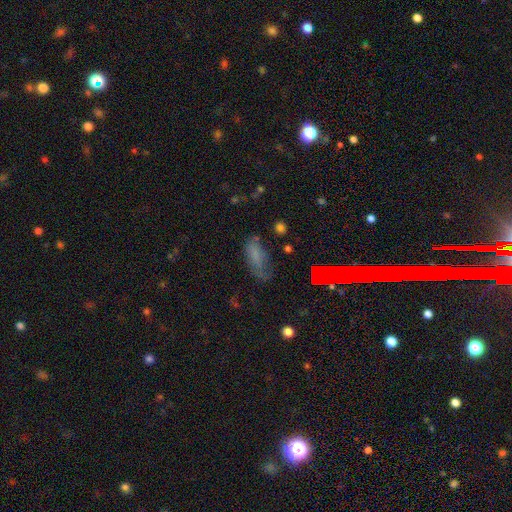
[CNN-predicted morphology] A smooth galaxy with no disk features (63%) that is in between round and cigar-shaped (74%).

Vote fractions:
- Smooth or featured? smooth: 63% / featured or disk: 19% / star or artifact: 18%
- How rounded? in between: 74% / cigar-shaped: 21% / round: 4%
- Merging? none: 46% / minor disturbance: 31% / major disturbance: 20% / merger: 4%